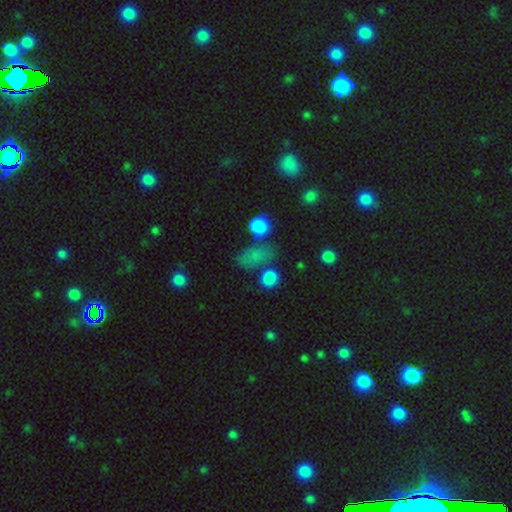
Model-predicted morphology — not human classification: A smooth galaxy with no disk features (71%) that is in between round and cigar-shaped (60%). Merging: none (55%).